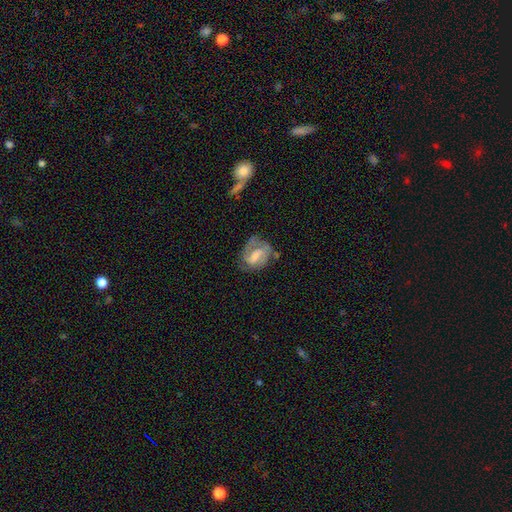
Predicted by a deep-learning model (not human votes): A featured or disk galaxy (65%) with a weak bar (49%), 2 (57%) medium (44%) spiral arms (83%) and no central bulge (31%, tied with moderate). Merging: none (49%).